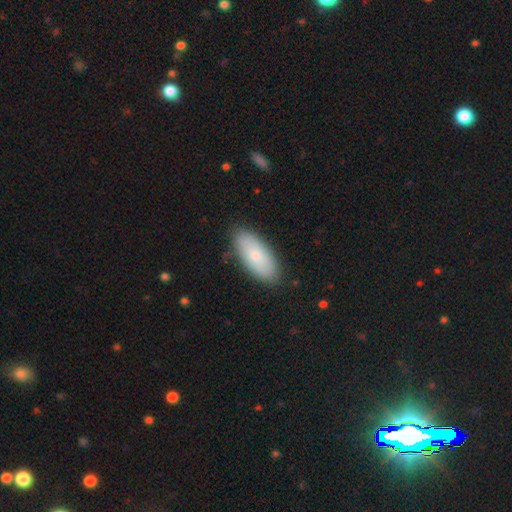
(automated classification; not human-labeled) A smooth galaxy with no disk features (75%) that is in between round and cigar-shaped (87%). Merging: none (84%).